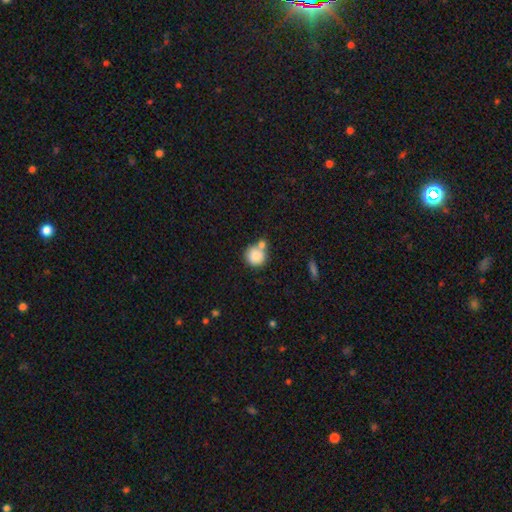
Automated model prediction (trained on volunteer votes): Smooth or featured? Predicted: smooth (p=0.84). How rounded? Predicted: round (p=0.92). Merging? Predicted: none (p=0.52).